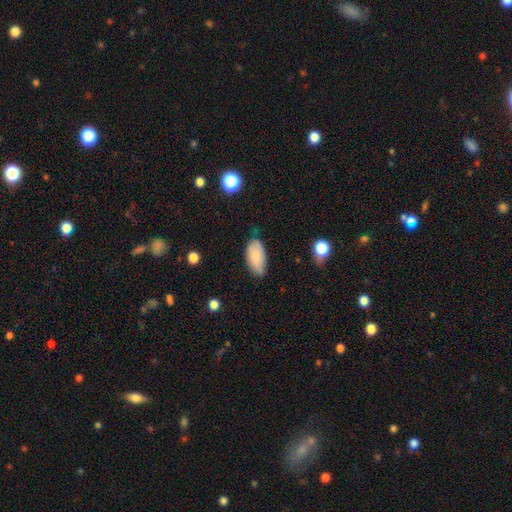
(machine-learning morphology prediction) Smooth or featured: smooth — 82% (featured or disk — 12%)
How rounded: in between — 94% (cigar-shaped — 4%)
Merging: none — 68% (minor disturbance — 26%)